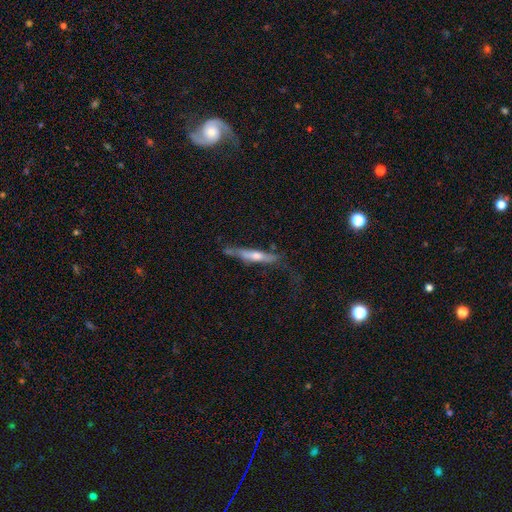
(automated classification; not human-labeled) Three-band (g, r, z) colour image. It shows a featured or disk galaxy (54%) viewed edge-on (88%). Merging: none (54%).